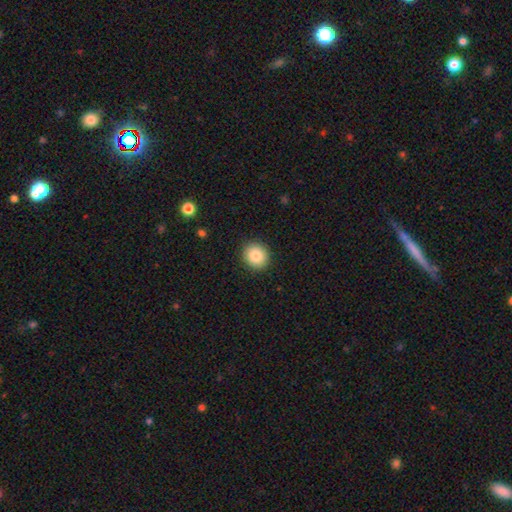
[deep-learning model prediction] A smooth galaxy with no disk features (85%) that is round (84%).

Vote fractions:
- Smooth or featured? smooth: 85% / star or artifact: 9% / featured or disk: 6%
- How rounded? round: 84% / in between: 16% / cigar-shaped: 1%
- Merging? none: 90% / minor disturbance: 7% / major disturbance: 2% / merger: 1%